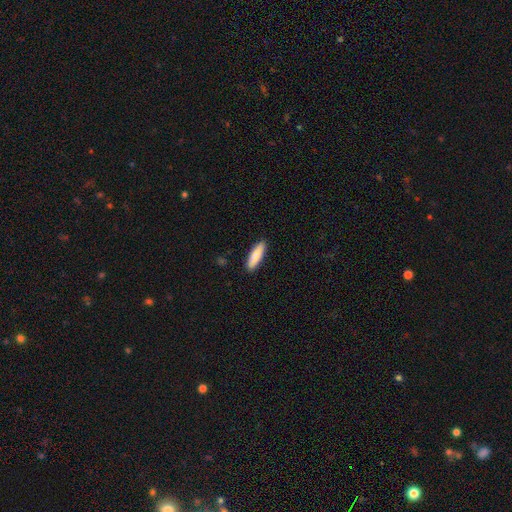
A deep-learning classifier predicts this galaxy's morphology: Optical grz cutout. It shows a smooth galaxy with no disk features (77%) that is cigar-shaped (53%). Merging: none (91%).